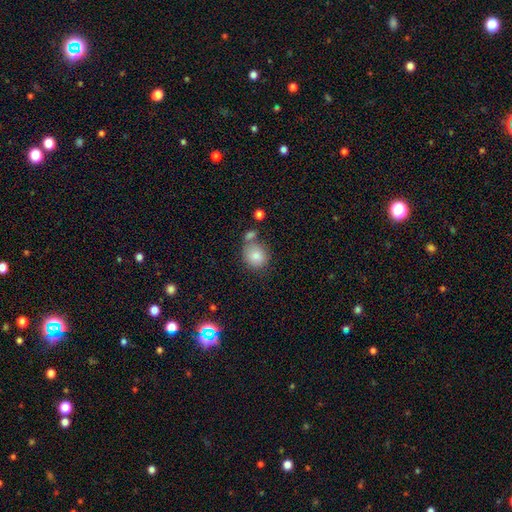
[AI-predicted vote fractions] Morphology: type=smooth (81%); roundness=round (77%); merging=none (58%).